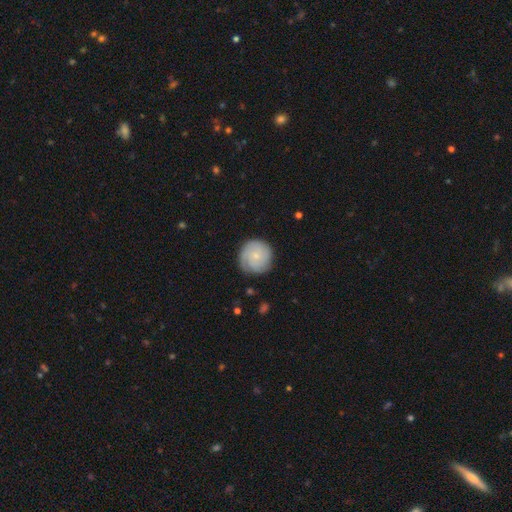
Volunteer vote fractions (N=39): Overall: featured or disk (67%). Edge-on disk: no (96%). Bar: no (76%). Spiral arms: yes (92%). Spiral arm count: can't tell (39%; 2 22%). Spiral winding: tight (78%). Bulge size: small (80%). Merging: none (86%).